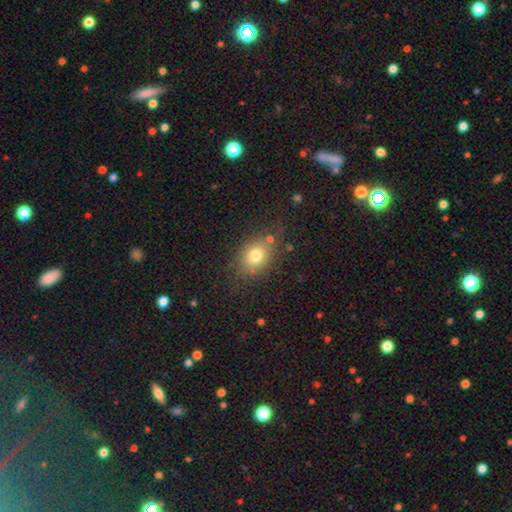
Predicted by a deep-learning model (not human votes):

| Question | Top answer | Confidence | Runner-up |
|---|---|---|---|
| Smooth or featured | smooth | 75% | star or artifact (13%) |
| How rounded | in between | 56% | round (43%) |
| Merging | none | 74% | minor disturbance (15%) |